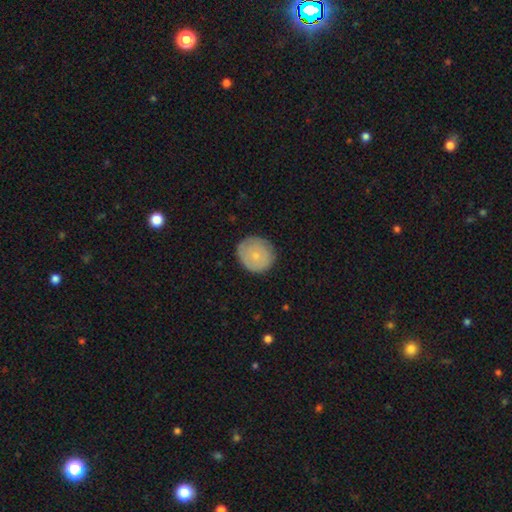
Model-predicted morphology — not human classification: Overall: smooth (67%). How rounded: round (87%). Merging: none (84%).